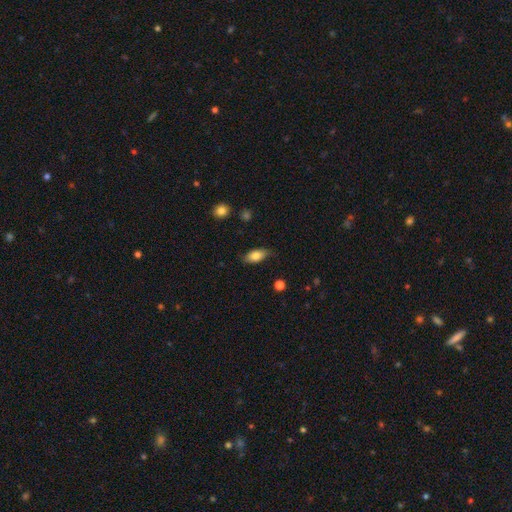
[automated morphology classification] Smooth or featured: smooth — 80% (featured or disk — 12%)
How rounded: in between — 88% (cigar-shaped — 8%)
Merging: none — 79% (minor disturbance — 17%)